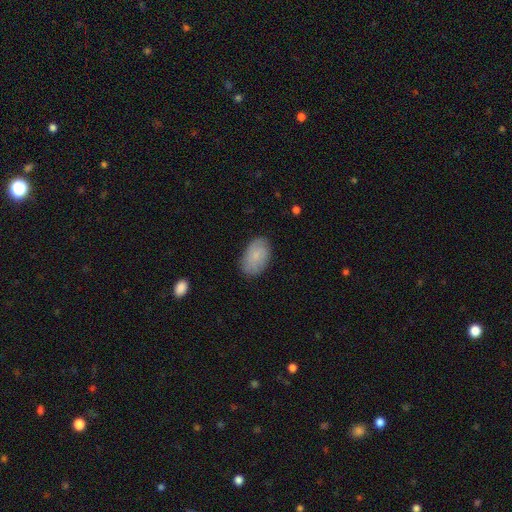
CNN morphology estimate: smooth 72%, featured or disk 21%, star or artifact 7%. Down the decision tree: how rounded — in between (91%); merging — none (80%).